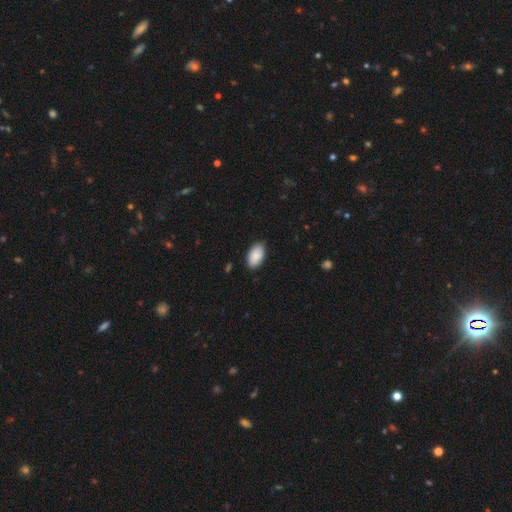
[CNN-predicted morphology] type=smooth (89%); roundness=in between (95%); merging=none (84%).